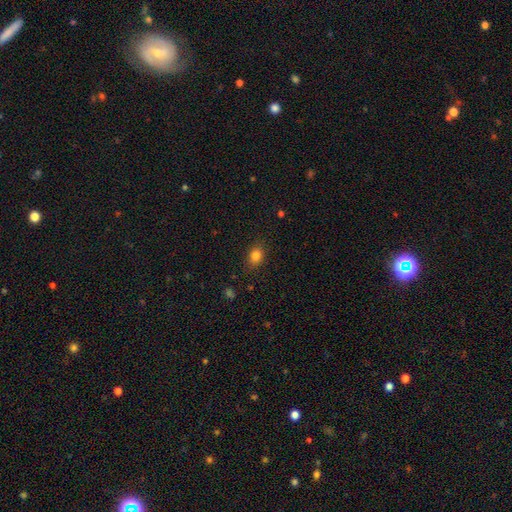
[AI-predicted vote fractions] smooth 82%, star or artifact 12%, featured or disk 6%. Down the decision tree: how rounded — in between (63%); merging — none (85%).